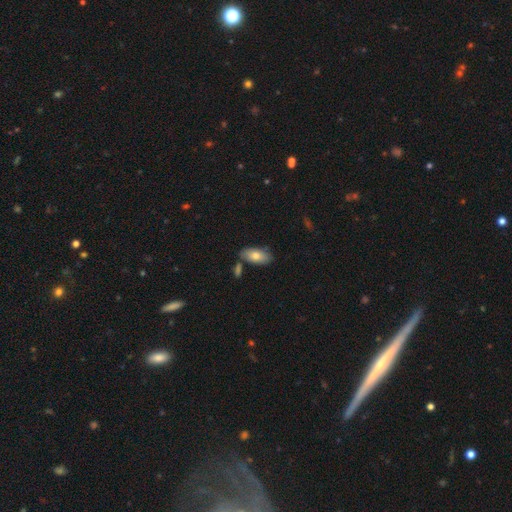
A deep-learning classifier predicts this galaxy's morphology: A smooth galaxy with no disk features (75%) that is in between round and cigar-shaped (91%). Merging: none (74%).